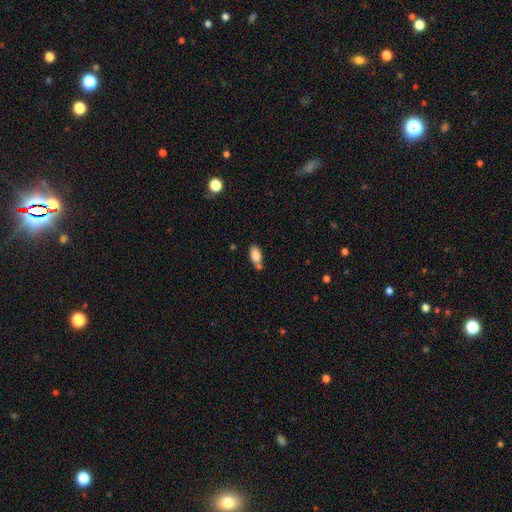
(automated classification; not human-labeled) Smooth or featured? Predicted: smooth (p=0.85). How rounded? Predicted: in between (p=0.91). Merging? Predicted: none (p=0.57).